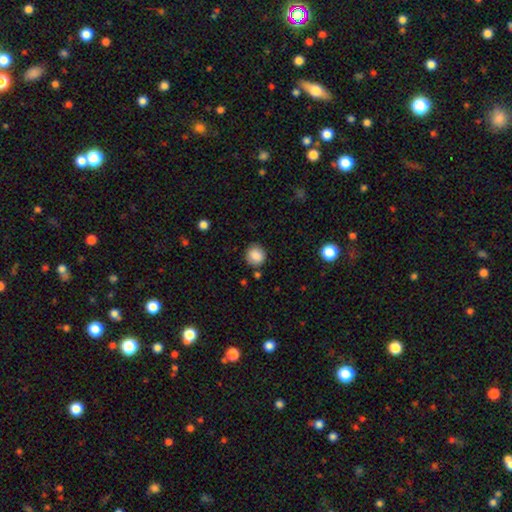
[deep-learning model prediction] smooth-or-featured: smooth: 87% | star or artifact: 9% | featured or disk: 4%
  how-rounded: round: 89% | in between: 10% | cigar-shaped: 1%
  merging: none: 85% | minor disturbance: 10% | merger: 3% | major disturbance: 3%